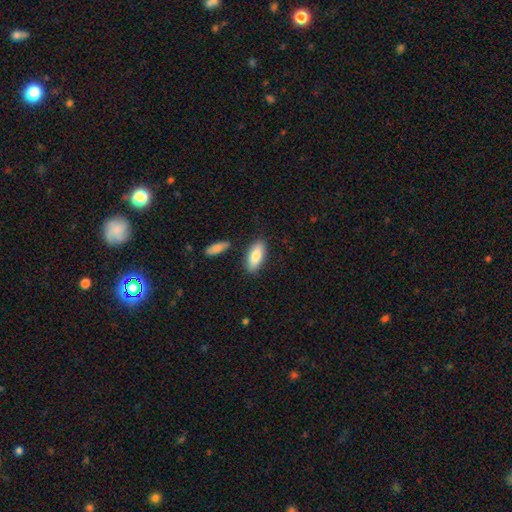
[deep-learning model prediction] Smooth or featured: smooth — 83% (featured or disk — 11%)
How rounded: in between — 84% (cigar-shaped — 14%)
Merging: none — 83% (minor disturbance — 11%)